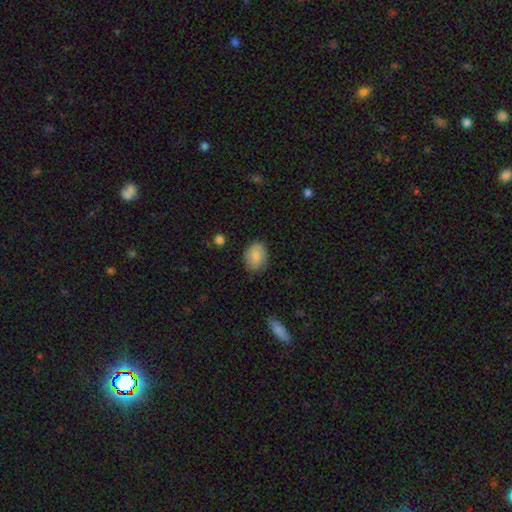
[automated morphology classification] Overall: smooth (82%). How rounded: in between (66%; round 33%). Merging: none (78%).